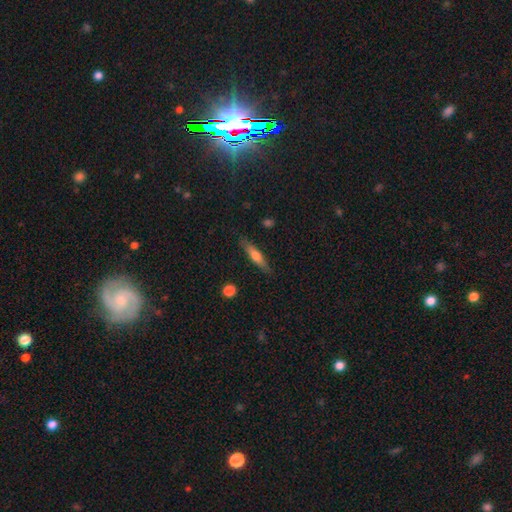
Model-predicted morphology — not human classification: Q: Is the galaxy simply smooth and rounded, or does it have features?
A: smooth — 53%.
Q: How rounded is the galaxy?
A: cigar-shaped — 82%.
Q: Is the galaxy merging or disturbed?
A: none — 84%.